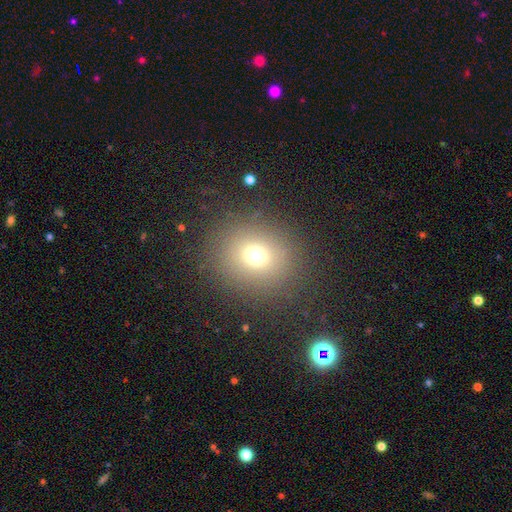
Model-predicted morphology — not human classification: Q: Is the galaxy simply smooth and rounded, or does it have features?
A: smooth — 70%.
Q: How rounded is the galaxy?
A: round — 78%.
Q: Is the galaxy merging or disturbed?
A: none — 85%.